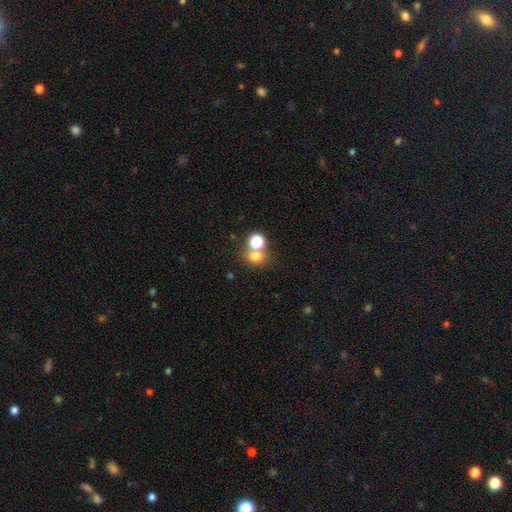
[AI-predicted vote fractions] Q: Smooth or featured?
A: smooth (72%); runner-up: star or artifact (19%)
Q: How rounded?
A: round (72%); runner-up: in between (27%)
Q: Merging?
A: none (52%); runner-up: merger (36%)